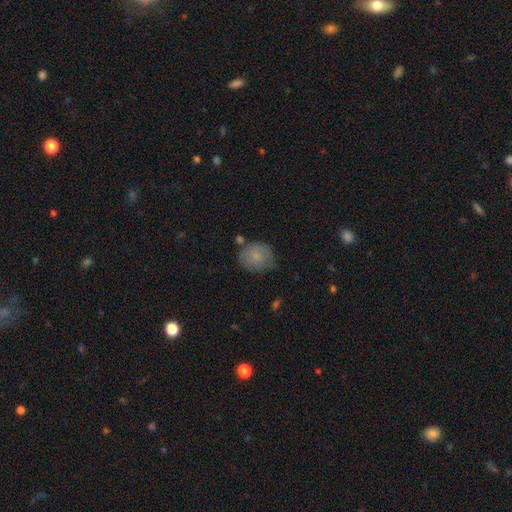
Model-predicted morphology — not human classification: Smooth or featured?
  - smooth: 77% *
  - featured or disk: 15%
  - star or artifact: 8%
How rounded?
  - round: 75% *
  - in between: 24%
  - cigar-shaped: 1%
Merging?
  - none: 63% *
  - minor disturbance: 25%
  - major disturbance: 6%
  - merger: 6%